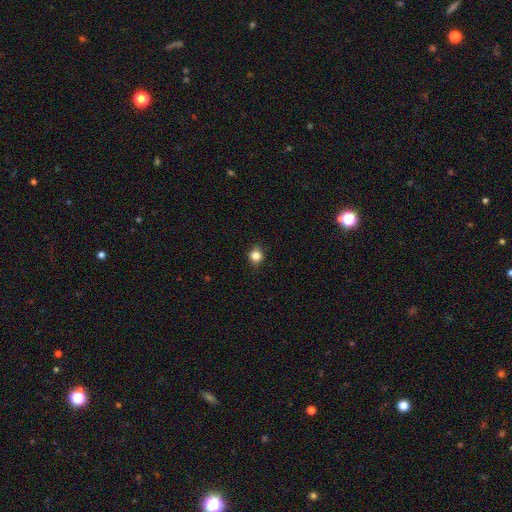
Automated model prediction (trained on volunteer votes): Smooth or featured? smooth (84%)
How rounded? round (85%)
Merging? none (87%)